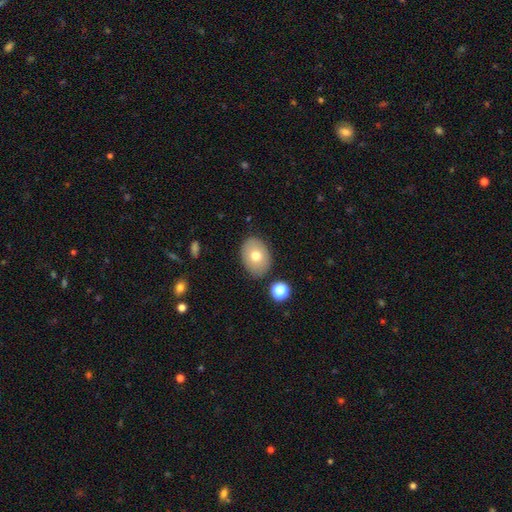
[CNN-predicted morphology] smooth_or_featured: smooth (p=0.71) [alt: featured or disk p=0.20]
how_rounded: in between (p=0.75) [alt: round p=0.24]
merging: none (p=0.84) [alt: minor disturbance p=0.11]